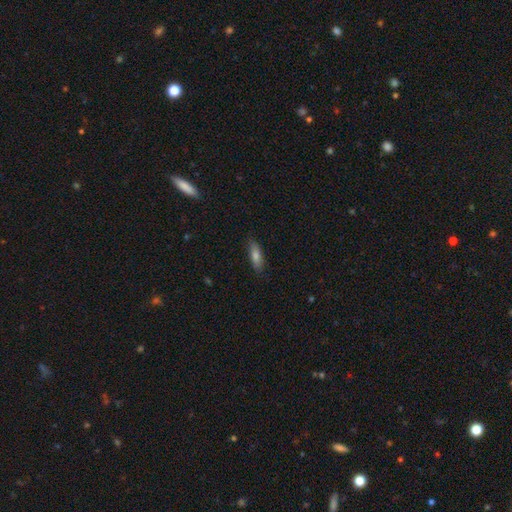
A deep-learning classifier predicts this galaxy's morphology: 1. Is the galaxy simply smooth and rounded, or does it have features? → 75% smooth, 17% featured or disk, 7% star or artifact.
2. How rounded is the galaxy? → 51% in between, 47% cigar-shaped, 2% round.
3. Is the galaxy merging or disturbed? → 85% none, 12% minor disturbance, 2% major disturbance, 1% merger.